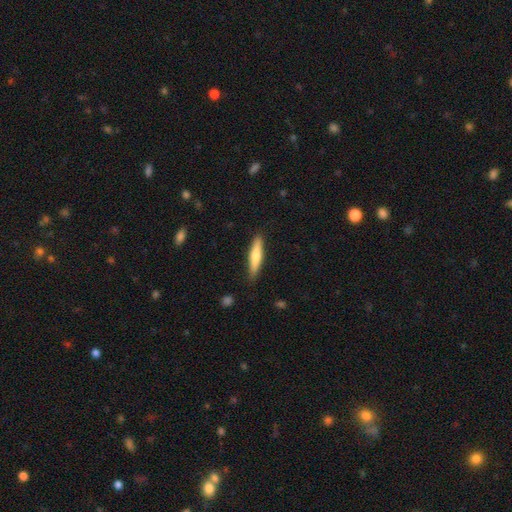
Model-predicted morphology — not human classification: A smooth galaxy with no disk features (67%) that is cigar-shaped (85%).

Vote fractions:
- Smooth or featured? smooth: 67% / featured or disk: 28% / star or artifact: 5%
- How rounded? cigar-shaped: 85% / in between: 14% / round: 1%
- Merging? none: 87% / minor disturbance: 10% / major disturbance: 2% / merger: 1%